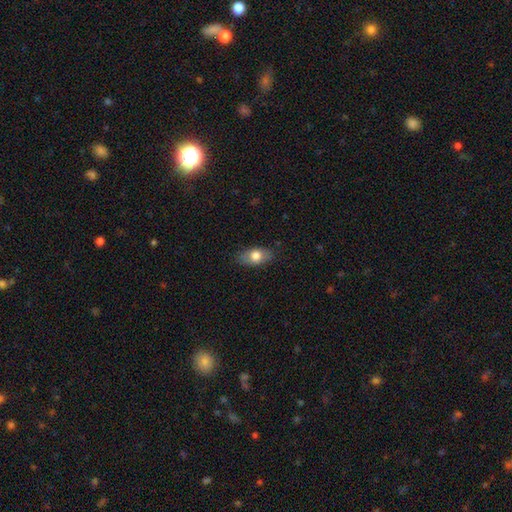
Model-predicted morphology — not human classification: Overall: smooth (73%). How rounded: in between (89%). Merging: none (82%).